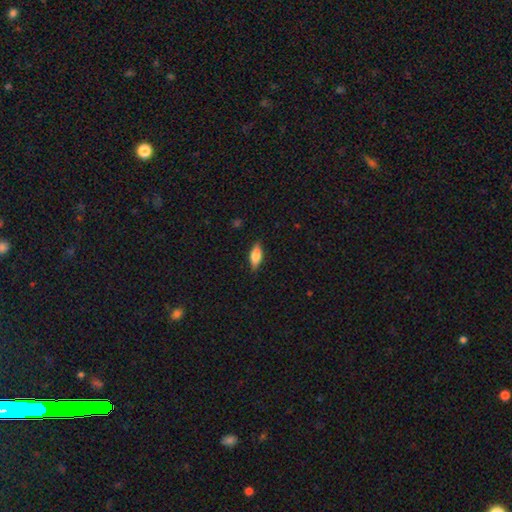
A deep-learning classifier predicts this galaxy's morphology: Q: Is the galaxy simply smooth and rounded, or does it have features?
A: smooth — 72%.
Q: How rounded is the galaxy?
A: in between — 74%.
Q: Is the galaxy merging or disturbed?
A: none — 84%.